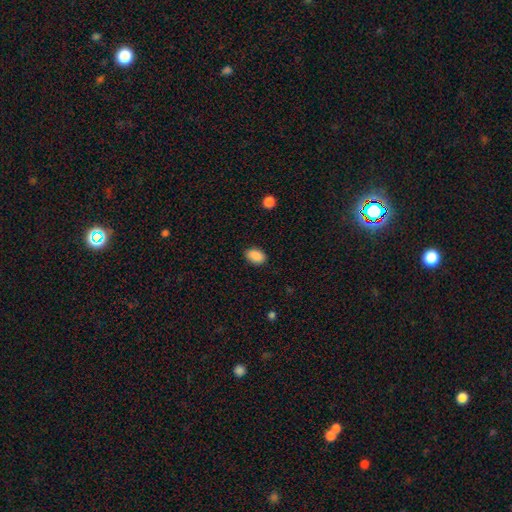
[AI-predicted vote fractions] smooth_or_featured: smooth (p=0.90) [alt: star or artifact p=0.08]
how_rounded: in between (p=0.88) [alt: round p=0.11]
merging: none (p=0.87) [alt: minor disturbance p=0.09]